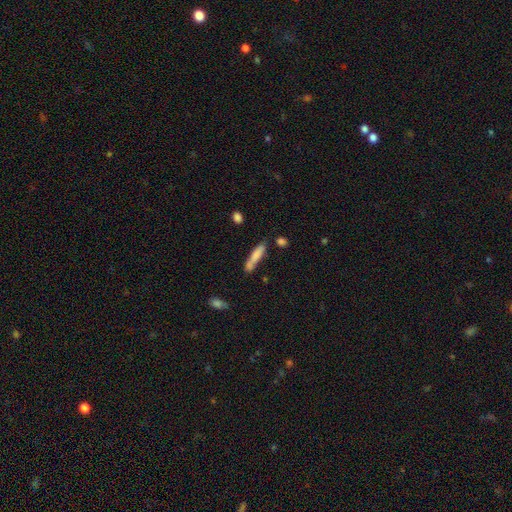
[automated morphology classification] A smooth galaxy with no disk features (74%) that is cigar-shaped (84%). Merging: none (58%).